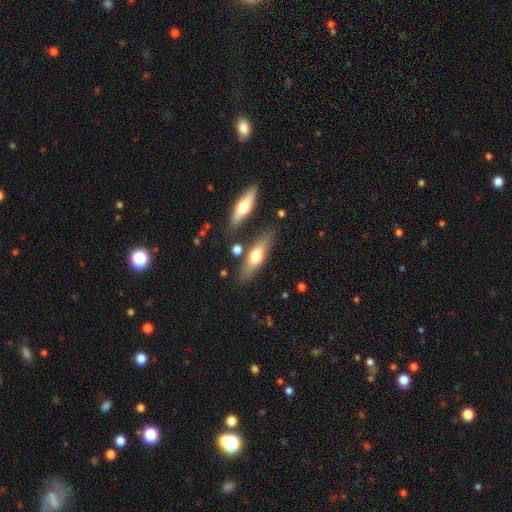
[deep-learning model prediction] Overall: smooth (57%; featured or disk 37%). How rounded: cigar-shaped (54%; in between 43%). Merging: none (77%).